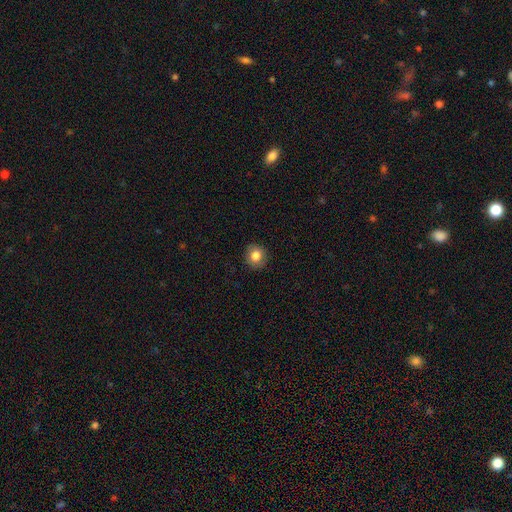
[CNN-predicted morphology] This is clearly a smooth galaxy (83%). How rounded: clearly round (87%). Merging: clearly none (90%).